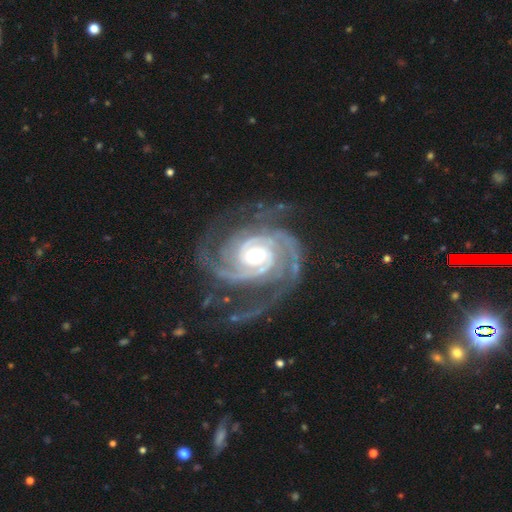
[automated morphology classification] smooth-or-featured: featured or disk: 94% | star or artifact: 4% | smooth: 2%
  disk-edge-on: no: 98% | yes: 2%
    bar: no: 53% | weak: 31% | strong: 16%
    has-spiral-arms: yes: 99% | no: 1%
      spiral-winding: tight: 64% | medium: 32% | loose: 4%
      spiral-arm-count: 3: 33% | 2: 32% | 4: 11% | can't tell: 10% | more than 4: 7% | 1: 7%
    bulge-size: moderate: 63% | large: 19% | small: 15% | none: 1% | dominant: 1%
  merging: none: 68% | minor disturbance: 16% | major disturbance: 14% | merger: 2%